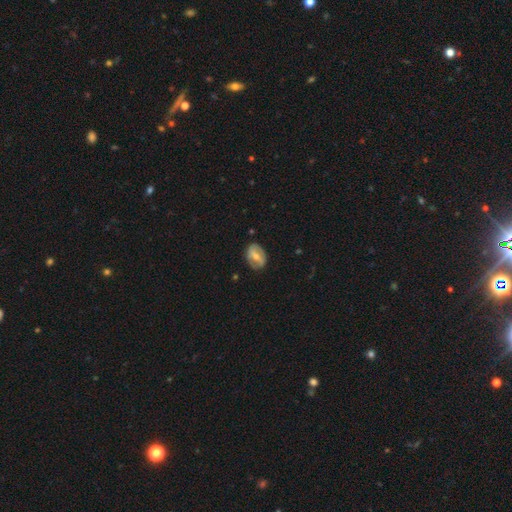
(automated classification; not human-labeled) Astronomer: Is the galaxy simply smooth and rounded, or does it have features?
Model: featured or disk — 57% (runner-up: smooth, 36%).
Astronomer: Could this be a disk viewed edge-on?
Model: no — 92%.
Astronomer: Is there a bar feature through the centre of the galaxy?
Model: strong — 57%.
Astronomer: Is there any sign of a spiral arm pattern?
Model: no — 50%, tied with yes at 50%.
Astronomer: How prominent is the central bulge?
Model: moderate — 46% (runner-up: small, 42%).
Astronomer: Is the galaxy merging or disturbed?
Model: none — 77%.